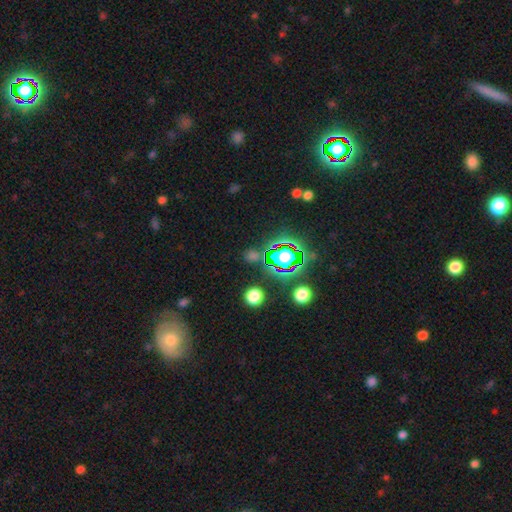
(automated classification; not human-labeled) smooth_or_featured: star or artifact (p=0.67) [alt: smooth p=0.24]